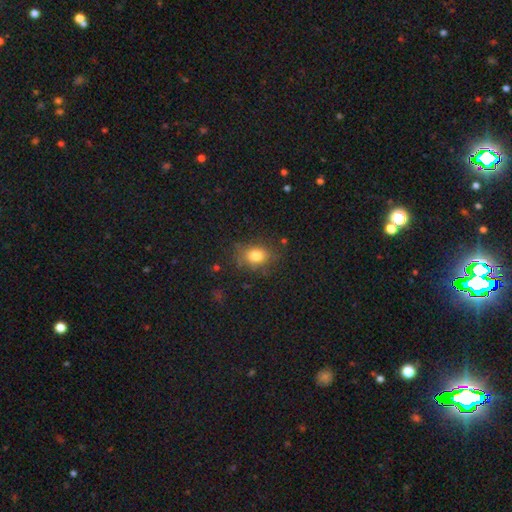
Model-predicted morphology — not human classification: Q: Smooth or featured?
A: smooth (79%); runner-up: star or artifact (11%)
Q: How rounded?
A: in between (60%); runner-up: round (38%)
Q: Merging?
A: none (75%); runner-up: minor disturbance (18%)